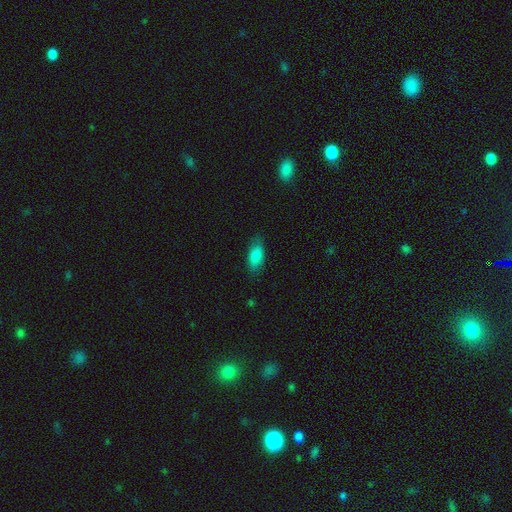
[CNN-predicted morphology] Q: Smooth or featured?
A: smooth (84%); runner-up: featured or disk (9%)
Q: How rounded?
A: in between (85%); runner-up: cigar-shaped (12%)
Q: Merging?
A: none (80%); runner-up: minor disturbance (15%)